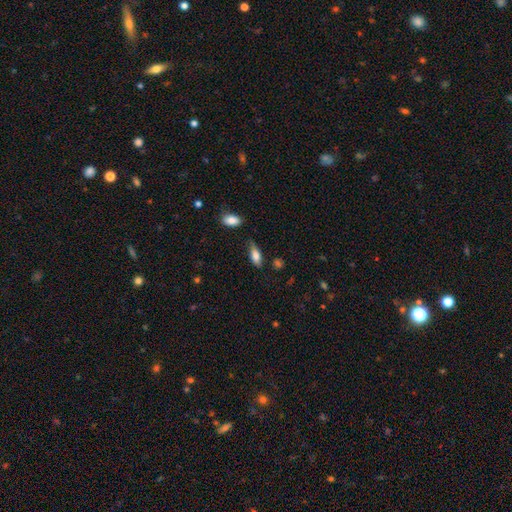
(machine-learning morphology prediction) type=smooth (75%); roundness=in between (75%); merging=none (62%).